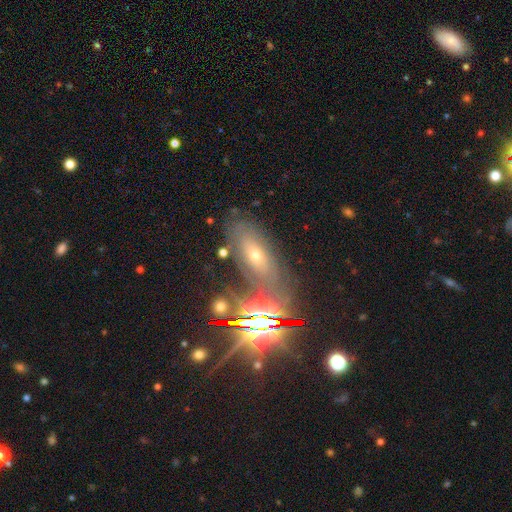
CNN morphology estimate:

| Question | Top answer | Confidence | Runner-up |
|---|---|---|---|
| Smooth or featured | featured or disk | 37% | star or artifact (33%) |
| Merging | none | 72% | minor disturbance (16%) |